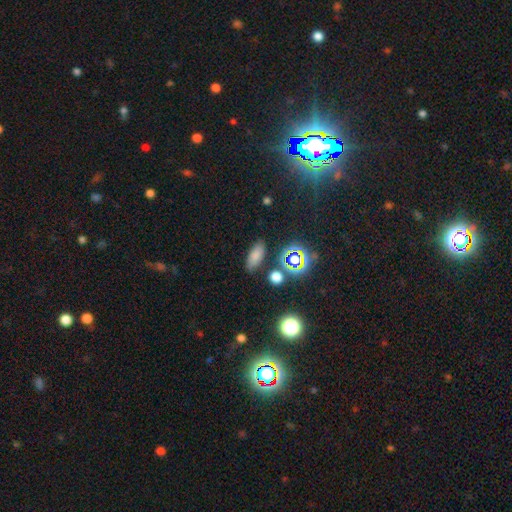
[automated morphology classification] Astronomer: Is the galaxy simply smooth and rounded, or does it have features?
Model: smooth — 73%.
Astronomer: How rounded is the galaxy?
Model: in between — 78%.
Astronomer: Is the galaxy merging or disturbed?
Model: none — 82%.